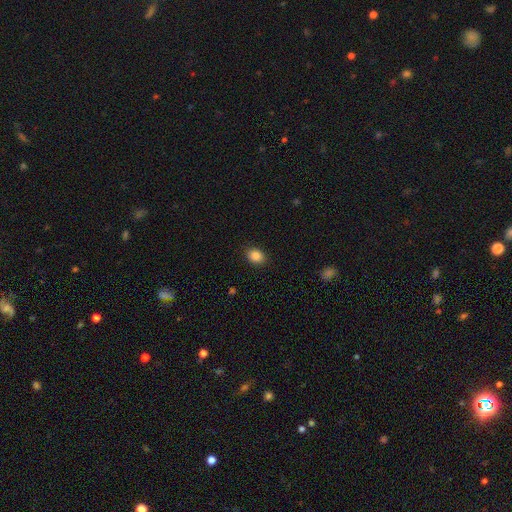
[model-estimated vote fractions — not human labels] smooth-or-featured: smooth: 86% | star or artifact: 10% | featured or disk: 4%
  how-rounded: in between: 63% | round: 36% | cigar-shaped: 1%
  merging: none: 88% | minor disturbance: 8% | major disturbance: 2% | merger: 1%